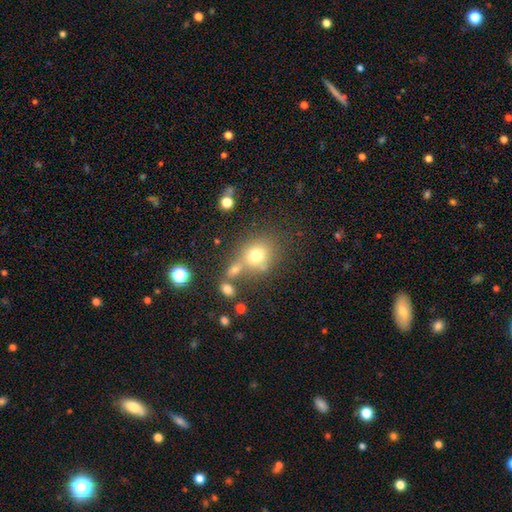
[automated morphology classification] Smooth or featured? smooth (72%)
How rounded? round (69%)
Merging? none (53%)